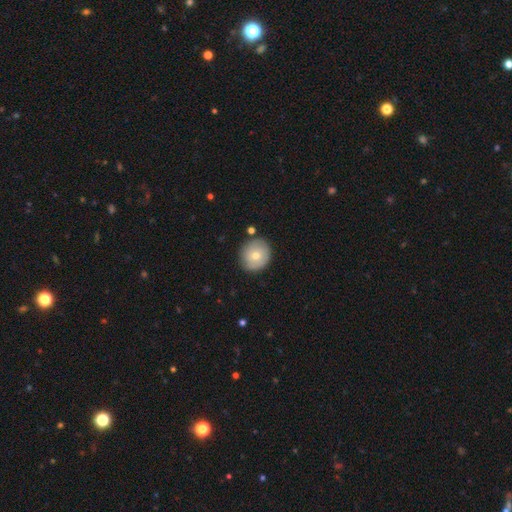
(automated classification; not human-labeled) smooth 69%, featured or disk 23%, star or artifact 8%. Down the decision tree: how rounded — round (88%); merging — none (83%).